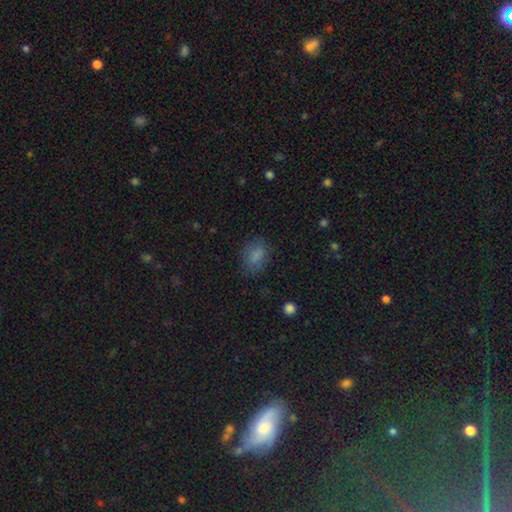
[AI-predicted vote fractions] Smooth or featured?
  - smooth: 79% *
  - star or artifact: 13%
  - featured or disk: 8%
How rounded?
  - in between: 73% *
  - round: 25%
  - cigar-shaped: 2%
Merging?
  - none: 74% *
  - minor disturbance: 17%
  - major disturbance: 7%
  - merger: 2%